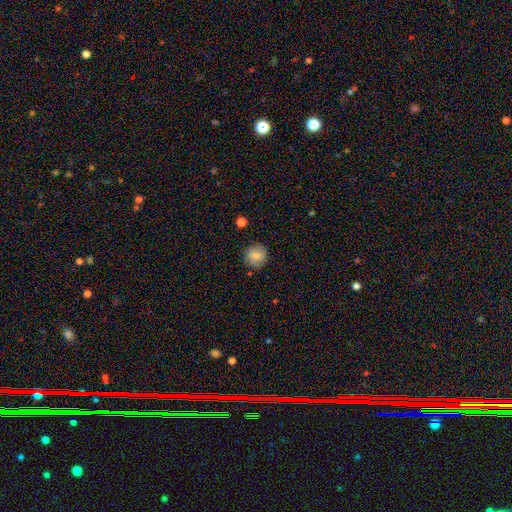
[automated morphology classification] This is likely a smooth galaxy (79%). How rounded: clearly round (89%). Merging: clearly none (84%).